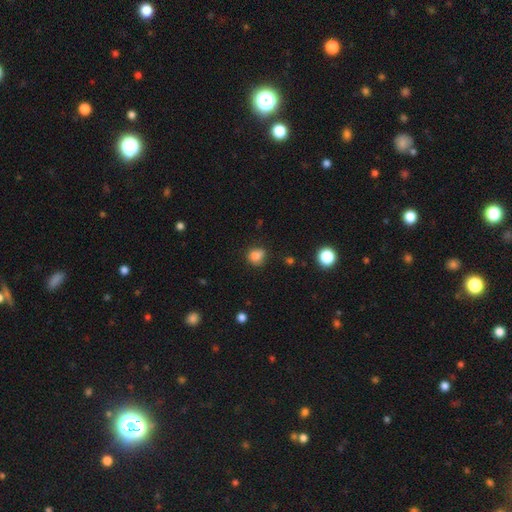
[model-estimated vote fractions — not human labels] smooth-or-featured: smooth: 81% | star or artifact: 12% | featured or disk: 7%
  how-rounded: round: 75% | in between: 24% | cigar-shaped: 1%
  merging: none: 68% | minor disturbance: 23% | major disturbance: 6% | merger: 4%